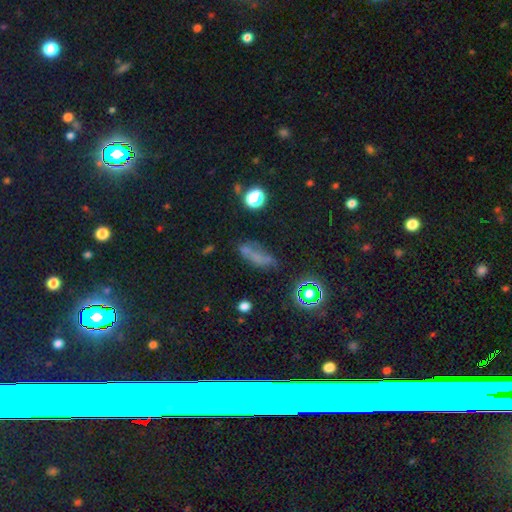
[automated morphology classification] type=smooth (52%); roundness=in between (48%); merging=none (53%).